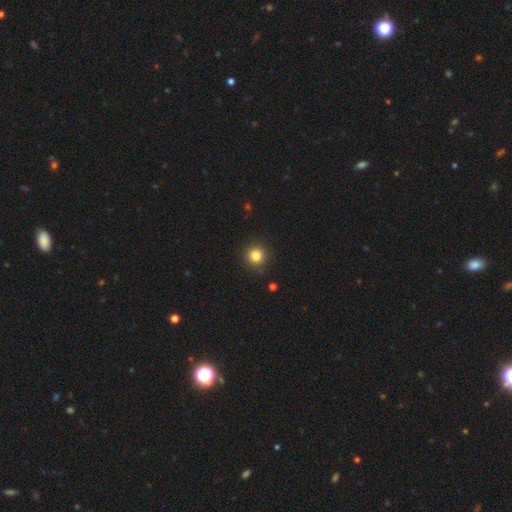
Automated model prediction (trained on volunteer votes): A smooth galaxy with no disk features (83%) that is round (95%).

Vote fractions:
- Smooth or featured? smooth: 83% / star or artifact: 12% / featured or disk: 5%
- How rounded? round: 95% / in between: 4% / cigar-shaped: 1%
- Merging? none: 91% / minor disturbance: 6% / major disturbance: 2% / merger: 1%